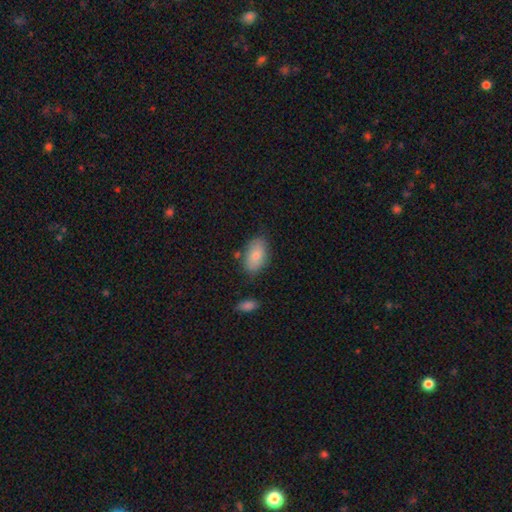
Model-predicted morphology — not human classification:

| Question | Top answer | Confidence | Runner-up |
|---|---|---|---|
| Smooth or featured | smooth | 82% | featured or disk (12%) |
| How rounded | in between | 93% | round (5%) |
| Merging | none | 75% | minor disturbance (17%) |